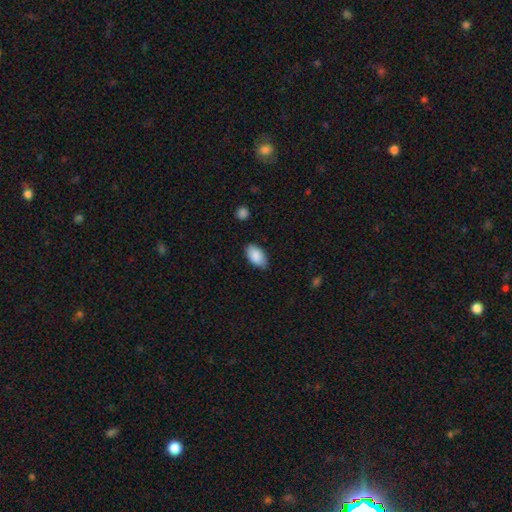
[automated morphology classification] Smooth or featured? smooth (89%)
How rounded? in between (94%)
Merging? none (80%)